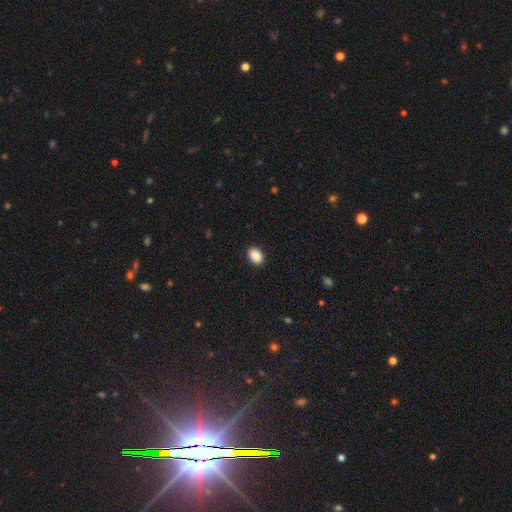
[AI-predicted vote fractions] Smooth or featured? Predicted: smooth (p=0.89). How rounded? Predicted: in between (p=0.69). Merging? Predicted: none (p=0.91).